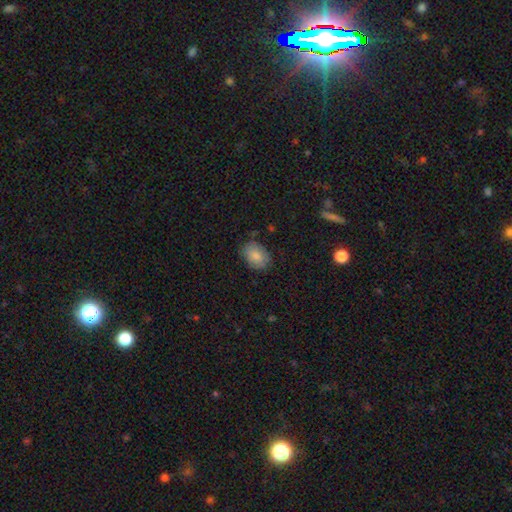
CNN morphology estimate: A smooth galaxy with no disk features (85%) that is in between round and cigar-shaped (81%).

Vote fractions:
- Smooth or featured? smooth: 85% / featured or disk: 8% / star or artifact: 7%
- How rounded? in between: 81% / round: 18% / cigar-shaped: 1%
- Merging? none: 80% / minor disturbance: 15% / major disturbance: 3% / merger: 1%